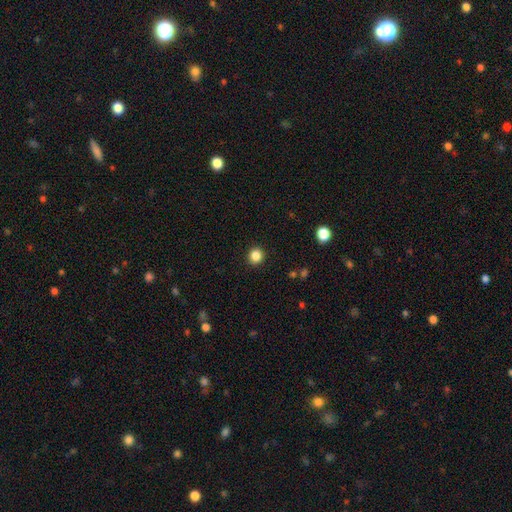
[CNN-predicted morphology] The model was most divided on "smooth or featured": smooth: 85%, star or artifact: 11%, featured or disk: 4%. More confident: merging — none (92%); how rounded — round (90%).